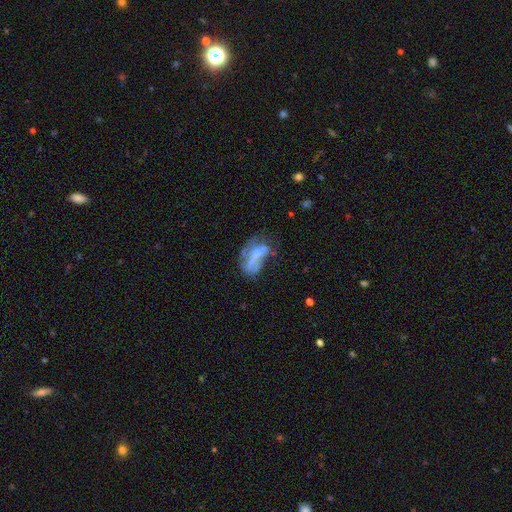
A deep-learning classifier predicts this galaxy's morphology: This appears to be a featured or disk galaxy (52%). Merging: major disturbance (35%).